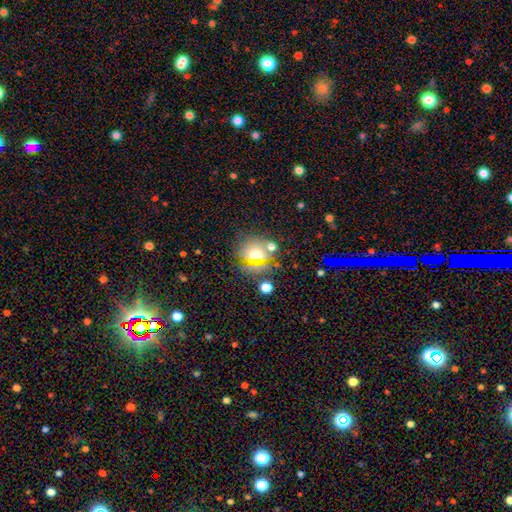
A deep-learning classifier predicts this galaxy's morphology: smooth 58%, star or artifact 24%, featured or disk 19%. Down the decision tree: how rounded — round (79%); merging — none (67%).